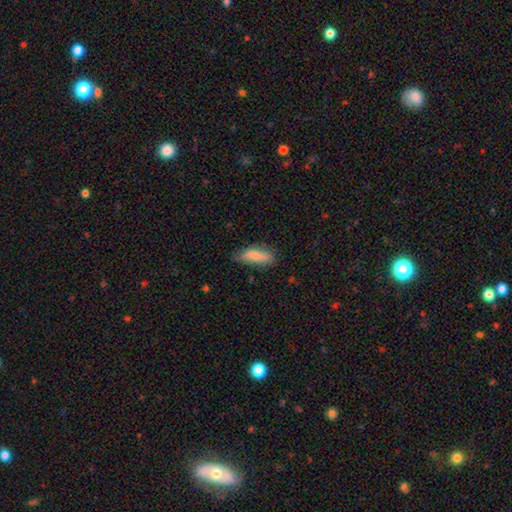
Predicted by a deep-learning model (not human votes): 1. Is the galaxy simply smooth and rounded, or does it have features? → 77% smooth, 17% featured or disk, 6% star or artifact.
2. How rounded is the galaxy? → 71% in between, 27% cigar-shaped, 2% round.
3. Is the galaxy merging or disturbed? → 65% none, 27% minor disturbance, 5% major disturbance, 2% merger.